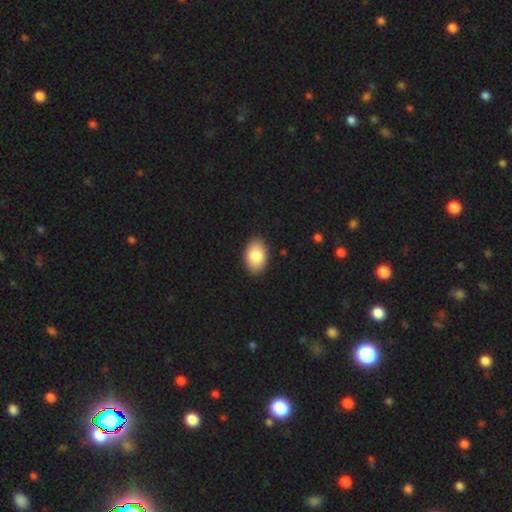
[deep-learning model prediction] A smooth galaxy with no disk features (84%) that is in between round and cigar-shaped (90%). Merging: none (89%).